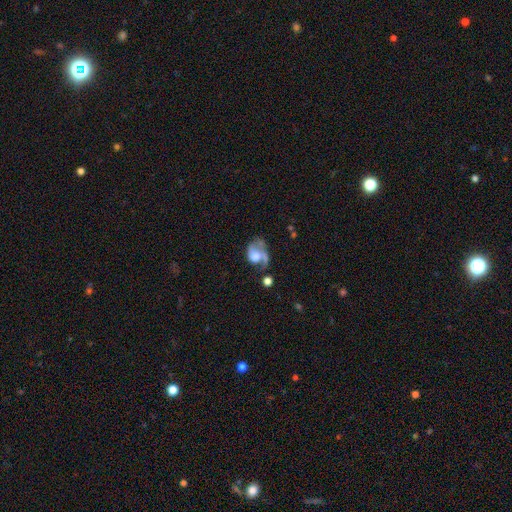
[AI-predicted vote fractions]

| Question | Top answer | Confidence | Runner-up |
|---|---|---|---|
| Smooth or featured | featured or disk | 61% | smooth (30%) |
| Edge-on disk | no | 97% | yes (3%) |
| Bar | no | 72% | weak (23%) |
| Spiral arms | yes | 75% | no (25%) |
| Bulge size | large | 37% | moderate (36%) |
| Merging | major disturbance | 39% | none (28%) |